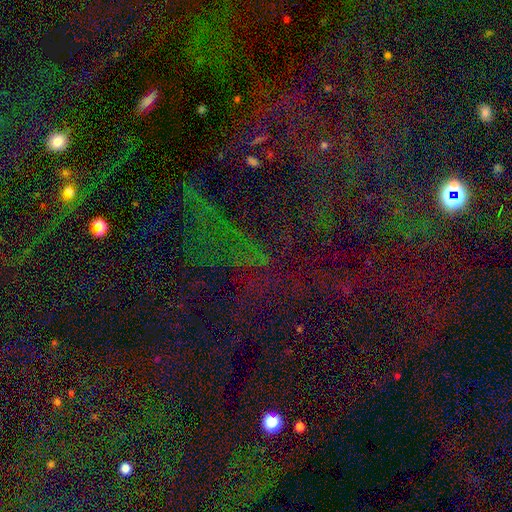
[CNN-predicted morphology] type=star or artifact (77%).